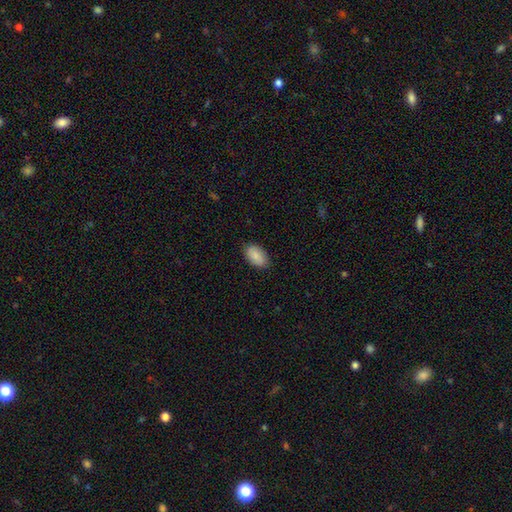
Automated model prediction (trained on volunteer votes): Smooth or featured? Predicted: smooth (p=0.87). How rounded? Predicted: in between (p=0.94). Merging? Predicted: none (p=0.85).